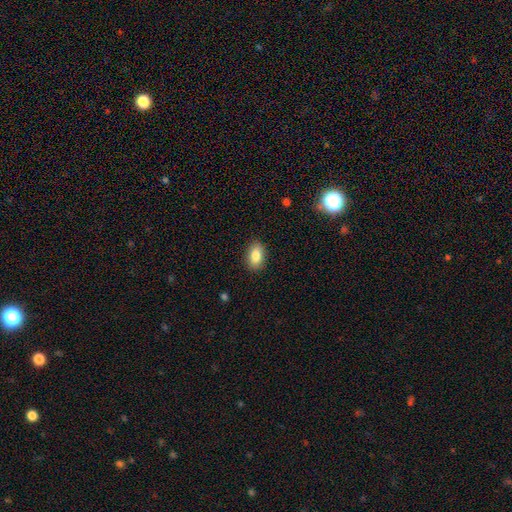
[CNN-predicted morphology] smooth_or_featured: smooth (p=0.85) [alt: star or artifact p=0.08]
how_rounded: in between (p=0.88) [alt: round p=0.10]
merging: none (p=0.88) [alt: minor disturbance p=0.09]